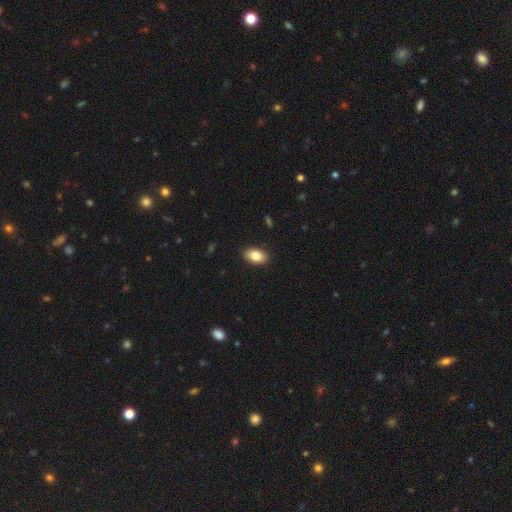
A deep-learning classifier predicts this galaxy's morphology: The model was most divided on "smooth or featured": smooth: 84%, featured or disk: 9%, star or artifact: 7%. More confident: how rounded — in between (92%); merging — none (90%).